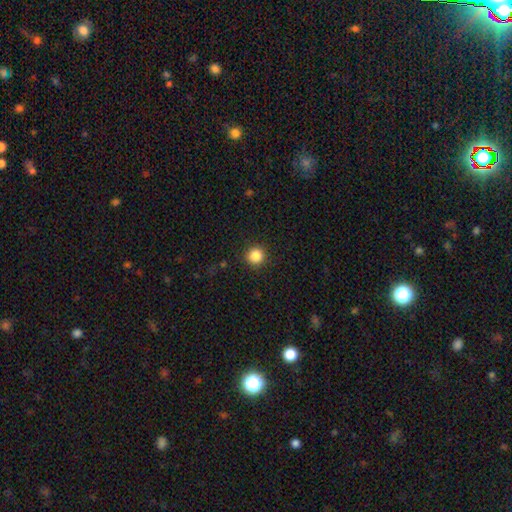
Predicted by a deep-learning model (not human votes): Q: Smooth or featured?
A: smooth (86%); runner-up: star or artifact (11%)
Q: How rounded?
A: round (94%); runner-up: in between (5%)
Q: Merging?
A: none (91%); runner-up: minor disturbance (6%)